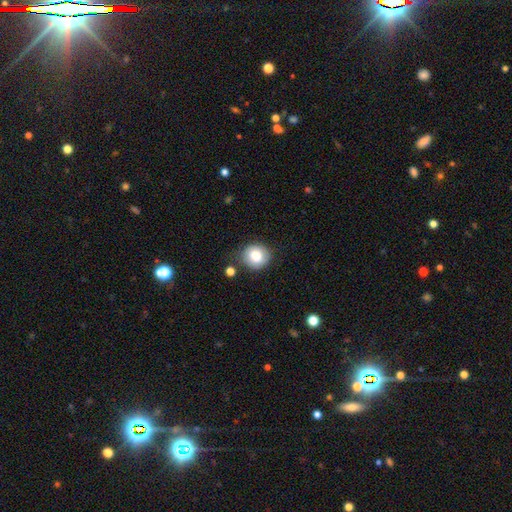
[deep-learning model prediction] Smooth or featured: smooth — 81% (featured or disk — 10%)
How rounded: round — 82% (in between — 17%)
Merging: none — 77% (minor disturbance — 15%)